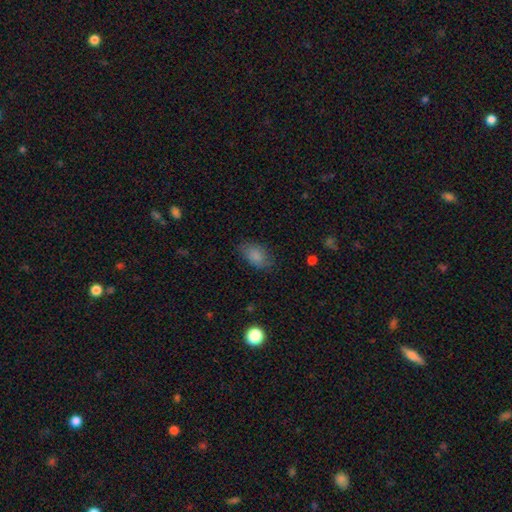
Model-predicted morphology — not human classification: Q: Smooth or featured?
A: smooth (85%); runner-up: star or artifact (9%)
Q: How rounded?
A: in between (90%); runner-up: round (8%)
Q: Merging?
A: none (76%); runner-up: minor disturbance (18%)